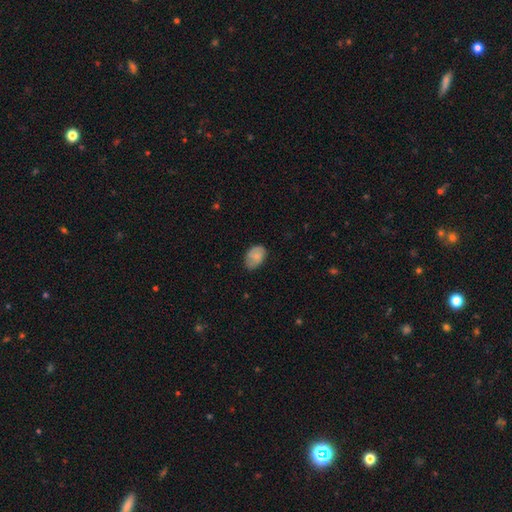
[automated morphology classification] Smooth or featured? Predicted: smooth (p=0.73). How rounded? Predicted: in between (p=0.83). Merging? Predicted: none (p=0.67).